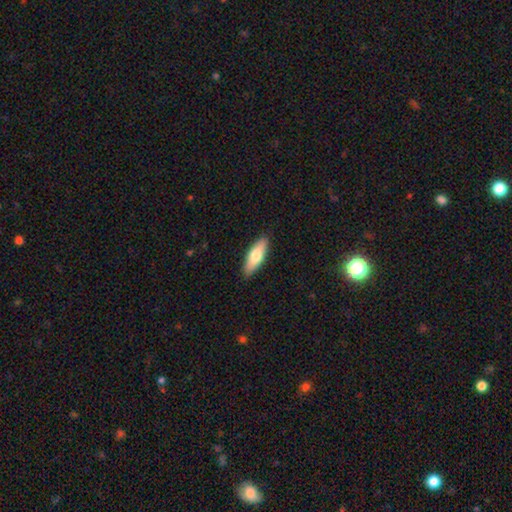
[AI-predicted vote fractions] A smooth galaxy with no disk features (69%) that is in between round and cigar-shaped (58%).

Vote fractions:
- Smooth or featured? smooth: 69% / featured or disk: 26% / star or artifact: 5%
- How rounded? in between: 58% / cigar-shaped: 40% / round: 2%
- Merging? none: 89% / minor disturbance: 8% / major disturbance: 2% / merger: 1%